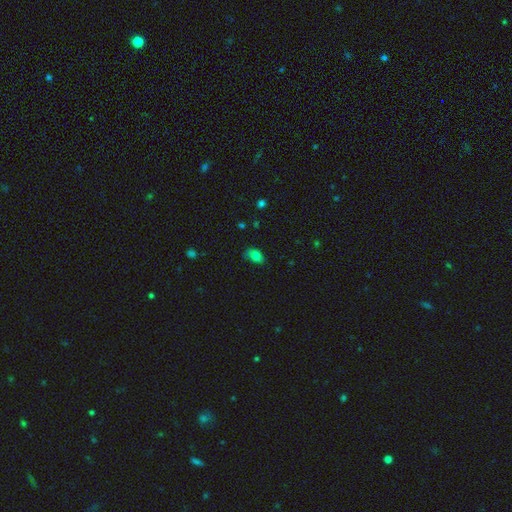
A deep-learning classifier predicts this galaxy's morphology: This appears to be a smooth galaxy with no disk features (78%) that is in between round and cigar-shaped (83%). Merging: none (59%).